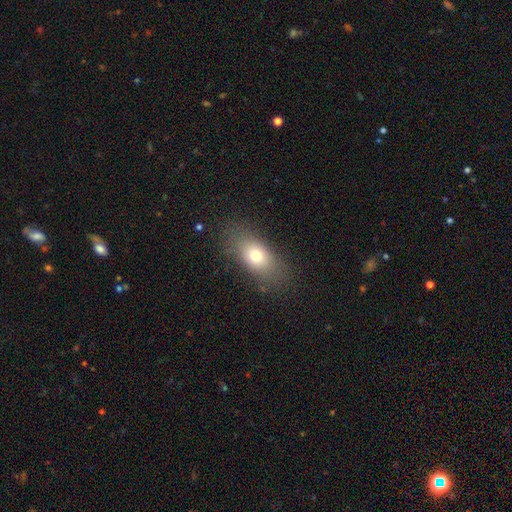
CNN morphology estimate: This appears to be a smooth galaxy with no disk features (72%) that is in between round and cigar-shaped (79%). Merging: none (79%).